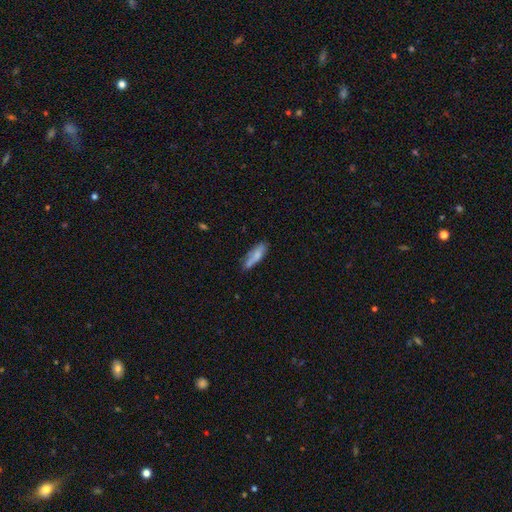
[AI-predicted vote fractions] The model was most divided on "how rounded": cigar-shaped: 54%, in between: 44%, round: 2%. More confident: smooth or featured — smooth (73%); merging — none (54%).